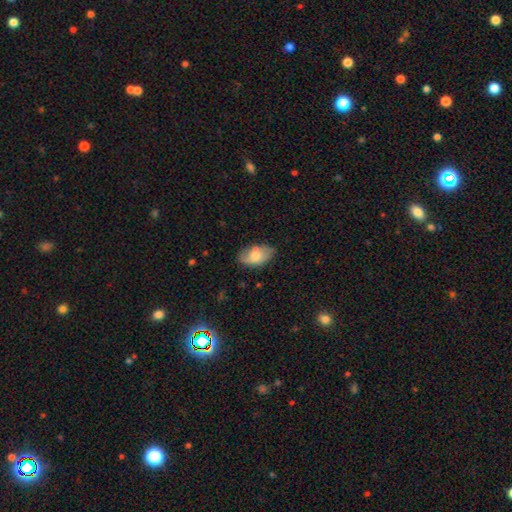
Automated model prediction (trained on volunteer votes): Q: Smooth or featured?
A: smooth (70%); runner-up: featured or disk (23%)
Q: How rounded?
A: in between (92%); runner-up: round (6%)
Q: Merging?
A: none (64%); runner-up: minor disturbance (27%)